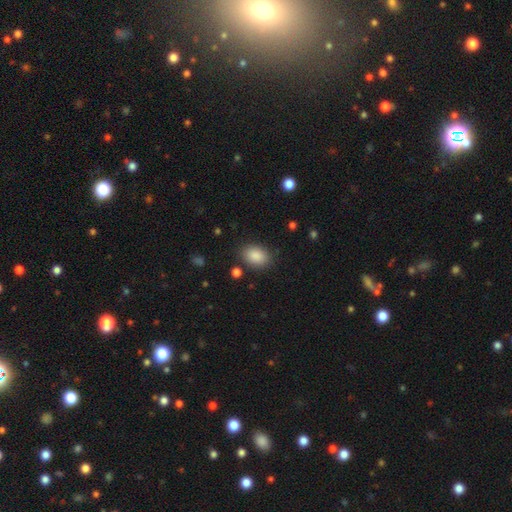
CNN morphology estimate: Smooth or featured? Predicted: smooth (p=0.88). How rounded? Predicted: in between (p=0.79). Merging? Predicted: none (p=0.85).